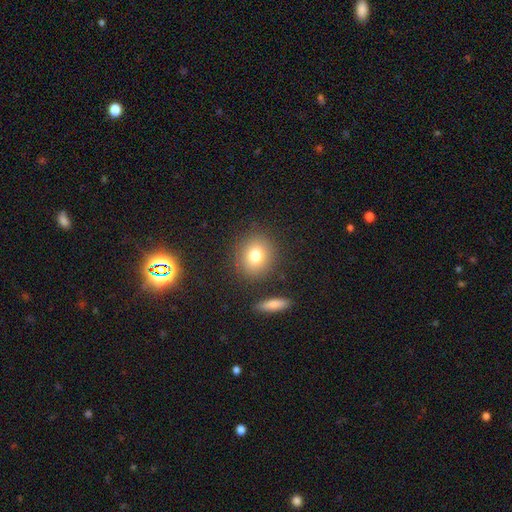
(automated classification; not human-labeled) Smooth or featured? smooth (78%)
How rounded? round (75%)
Merging? none (85%)